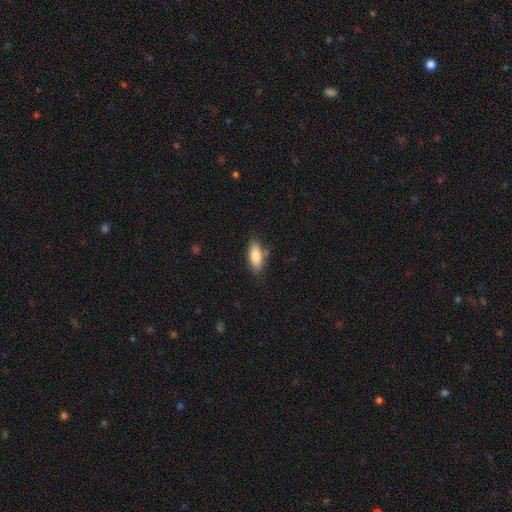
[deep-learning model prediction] smooth_or_featured: smooth (p=0.82) [alt: featured or disk p=0.11]
how_rounded: in between (p=0.81) [alt: cigar-shaped p=0.17]
merging: none (p=0.72) [alt: minor disturbance p=0.19]